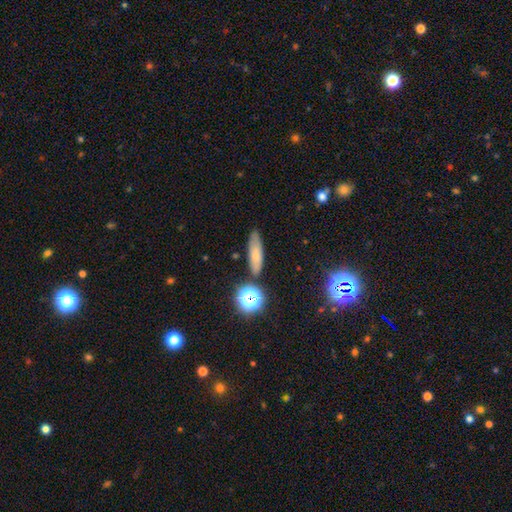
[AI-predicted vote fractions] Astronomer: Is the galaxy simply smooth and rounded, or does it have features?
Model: smooth — 67%.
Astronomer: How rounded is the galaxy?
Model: cigar-shaped — 53% (runner-up: in between, 40%).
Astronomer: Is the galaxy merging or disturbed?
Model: none — 78%.